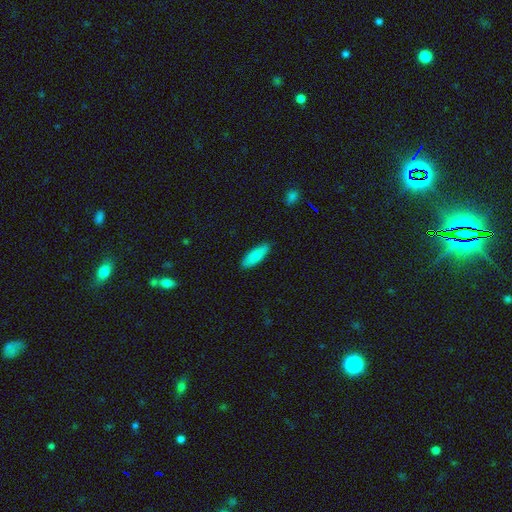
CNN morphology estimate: smooth 79%, featured or disk 15%, star or artifact 6%. Down the decision tree: how rounded — in between (60%); merging — none (88%).